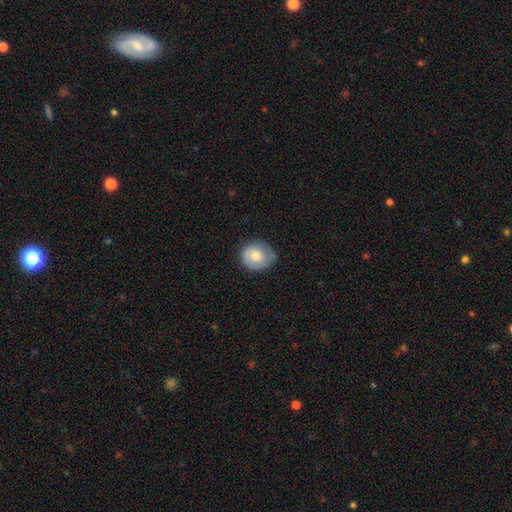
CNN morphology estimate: This appears to be a smooth galaxy with no disk features (74%) that is round (73%). Merging: none (69%).